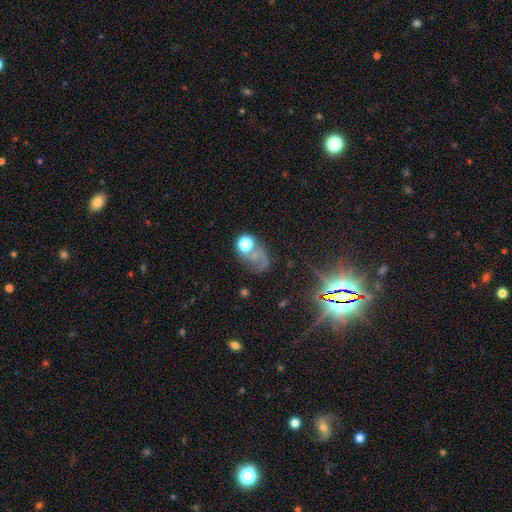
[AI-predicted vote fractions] Morphology: type=smooth (40%); merging=major disturbance (34%).